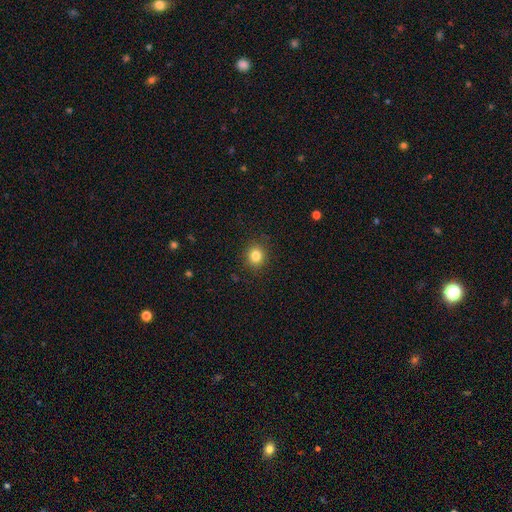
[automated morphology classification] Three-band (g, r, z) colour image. It shows a smooth galaxy with no disk features (83%) that is round (84%). Merging: none (90%).